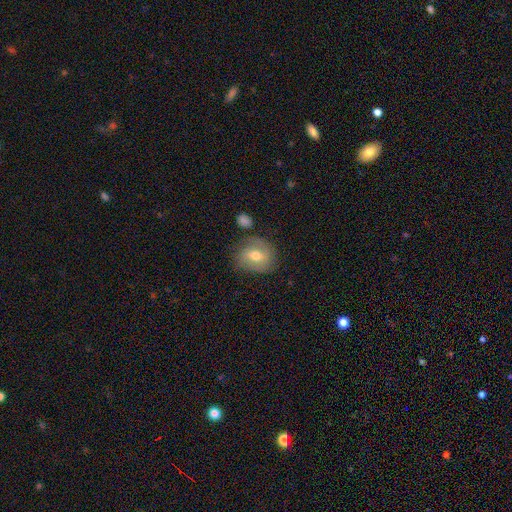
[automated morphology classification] type=smooth (54%); roundness=round (56%); merging=none (68%).